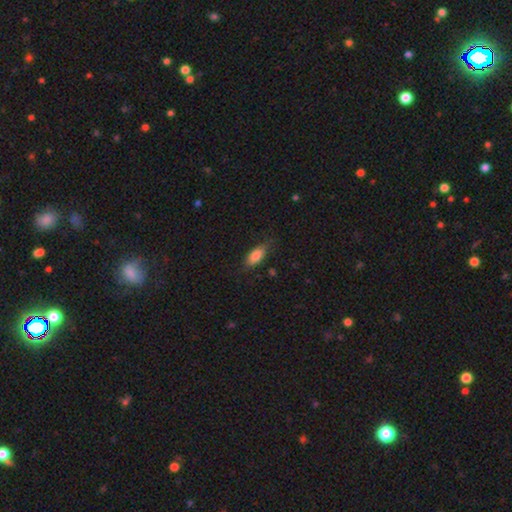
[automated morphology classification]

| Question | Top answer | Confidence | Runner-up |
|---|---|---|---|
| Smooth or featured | smooth | 83% | featured or disk (10%) |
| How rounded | in between | 84% | cigar-shaped (13%) |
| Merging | none | 74% | minor disturbance (20%) |